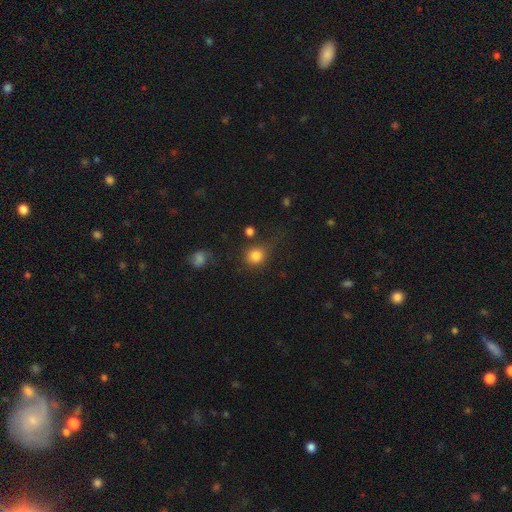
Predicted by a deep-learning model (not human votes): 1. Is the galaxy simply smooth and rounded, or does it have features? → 83% smooth, 11% star or artifact, 6% featured or disk.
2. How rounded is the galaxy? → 84% round, 15% in between, 1% cigar-shaped.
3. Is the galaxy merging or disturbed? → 70% none, 16% minor disturbance, 8% major disturbance, 6% merger.